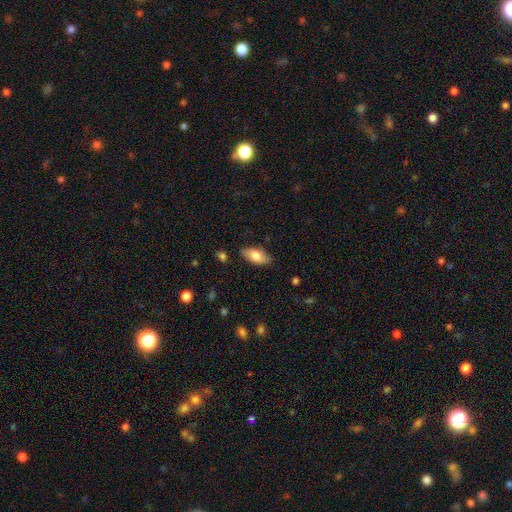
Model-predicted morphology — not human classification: smooth 78%, featured or disk 16%, star or artifact 6%. Down the decision tree: how rounded — in between (90%); merging — none (83%).